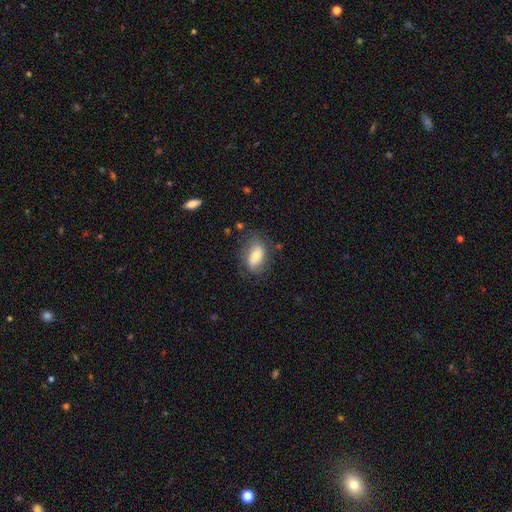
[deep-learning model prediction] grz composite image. It shows a smooth galaxy with no disk features (67%) that is in between round and cigar-shaped (88%). Merging: none (69%).